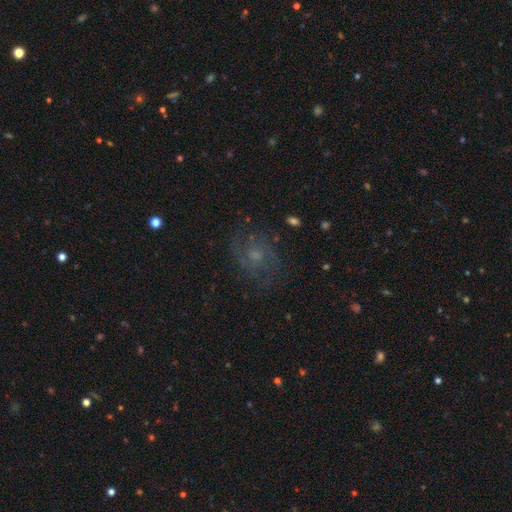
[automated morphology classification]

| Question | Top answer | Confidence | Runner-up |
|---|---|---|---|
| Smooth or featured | featured or disk | 65% | smooth (19%) |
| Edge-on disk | no | 97% | yes (3%) |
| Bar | no | 72% | weak (25%) |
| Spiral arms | yes | 87% | no (13%) |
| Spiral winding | medium | 49% | tight (33%) |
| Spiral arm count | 2 | 49% | can't tell (27%) |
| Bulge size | small | 43% | moderate (41%) |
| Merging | none | 73% | minor disturbance (15%) |